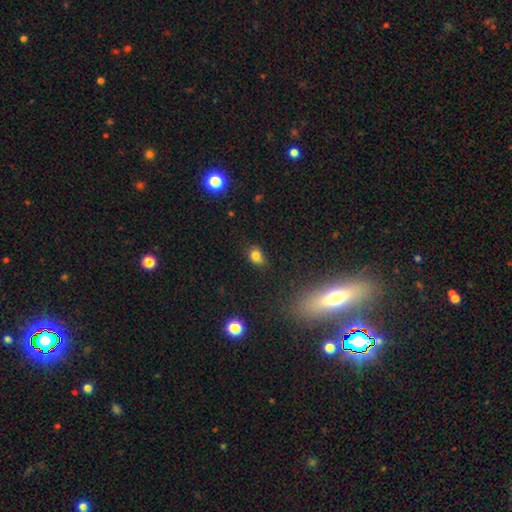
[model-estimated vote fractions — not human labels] A smooth galaxy with no disk features (76%) that is in between round and cigar-shaped (52%).

Vote fractions:
- Smooth or featured? smooth: 76% / star or artifact: 15% / featured or disk: 9%
- How rounded? in between: 52% / round: 46% / cigar-shaped: 2%
- Merging? none: 54% / minor disturbance: 28% / merger: 10% / major disturbance: 8%